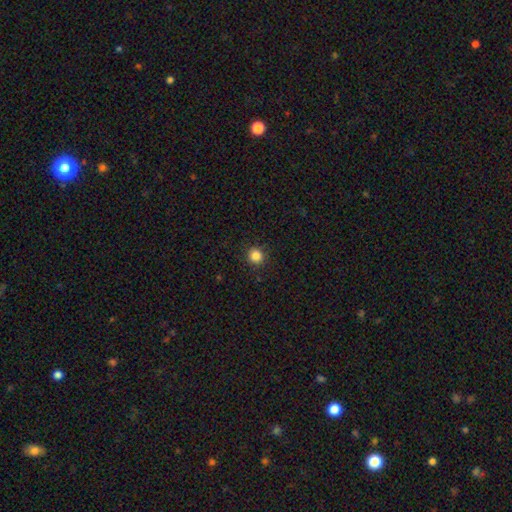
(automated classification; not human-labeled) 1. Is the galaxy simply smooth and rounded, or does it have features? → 85% smooth, 12% star or artifact, 4% featured or disk.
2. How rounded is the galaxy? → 92% round, 7% in between, 1% cigar-shaped.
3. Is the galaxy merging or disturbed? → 90% none, 7% minor disturbance, 2% major disturbance, 1% merger.